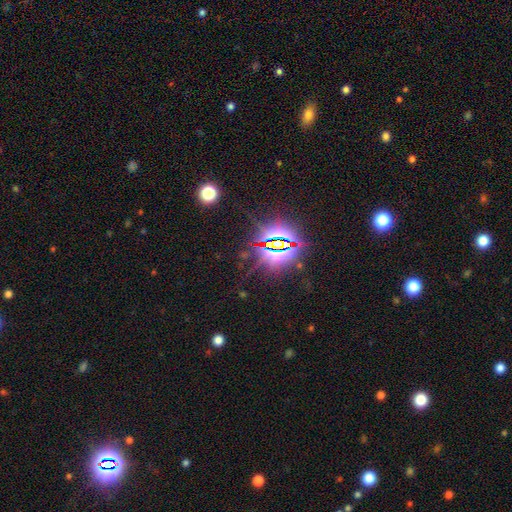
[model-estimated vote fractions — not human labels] The model was most divided on "smooth or featured": star or artifact: 84%, smooth: 9%, featured or disk: 7%.